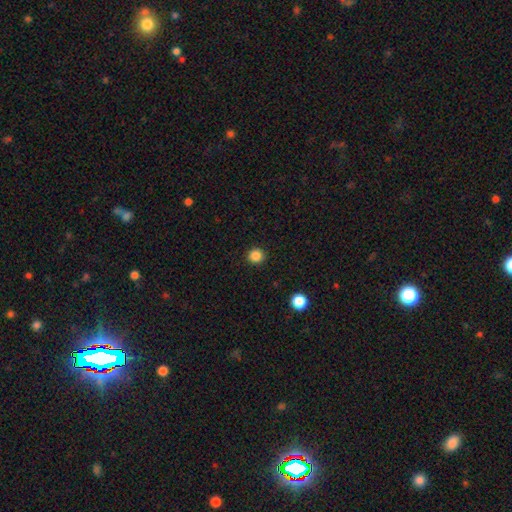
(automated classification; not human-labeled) Morphology: type=smooth (85%); roundness=round (94%); merging=none (93%).